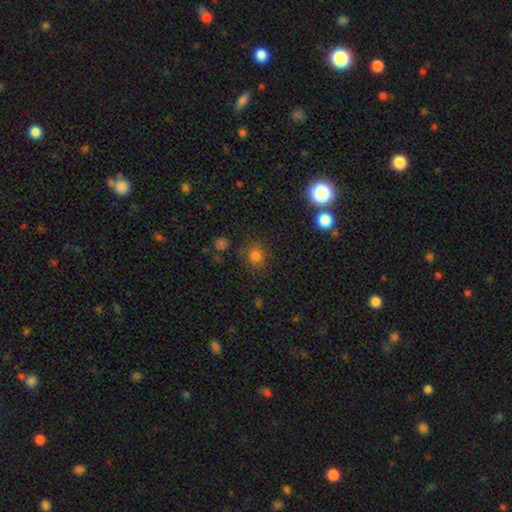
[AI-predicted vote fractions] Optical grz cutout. It shows a smooth galaxy with no disk features (77%) that is round (85%). Merging: none (80%).